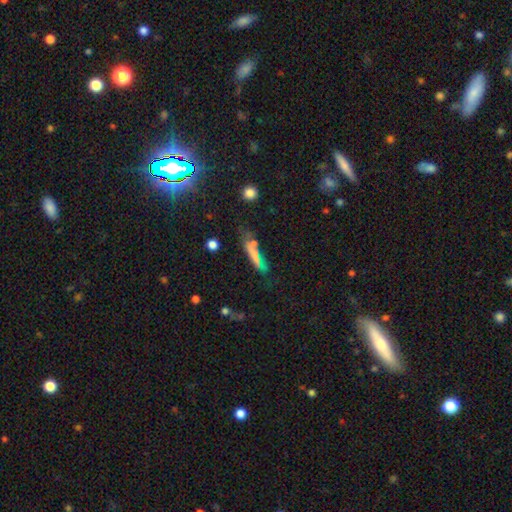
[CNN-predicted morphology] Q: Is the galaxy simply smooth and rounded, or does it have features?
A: smooth — 59%.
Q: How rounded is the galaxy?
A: cigar-shaped — 82%.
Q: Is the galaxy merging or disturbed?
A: none — 60%.